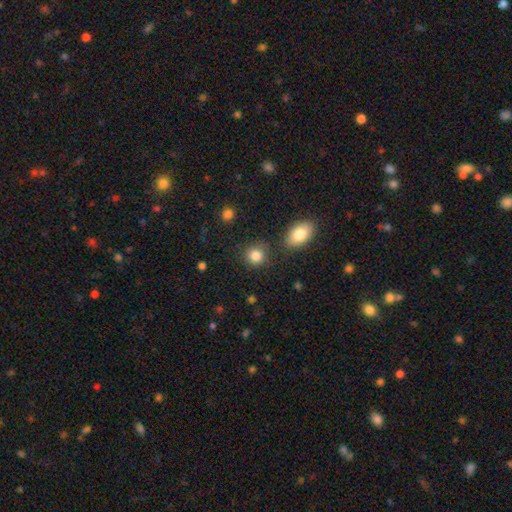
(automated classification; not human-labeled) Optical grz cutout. It shows a smooth galaxy with no disk features (85%) that is round (83%). Merging: none (81%).